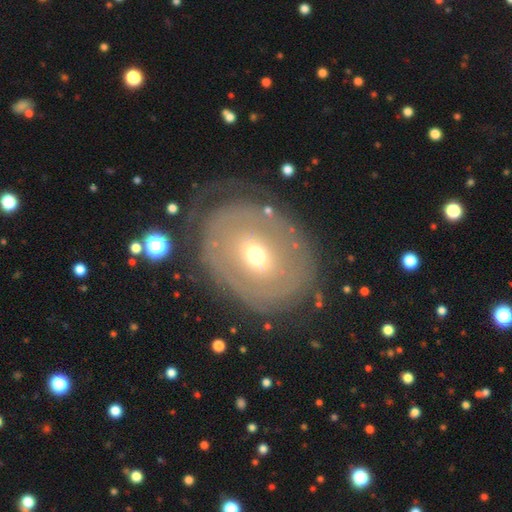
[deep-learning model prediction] The model was most divided on "spiral arms": yes: 53%, no: 47%. More confident: edge-on disk — no (95%); smooth or featured — featured or disk (65%); merging — none (60%); bar — no (59%); bulge size — moderate (55%).